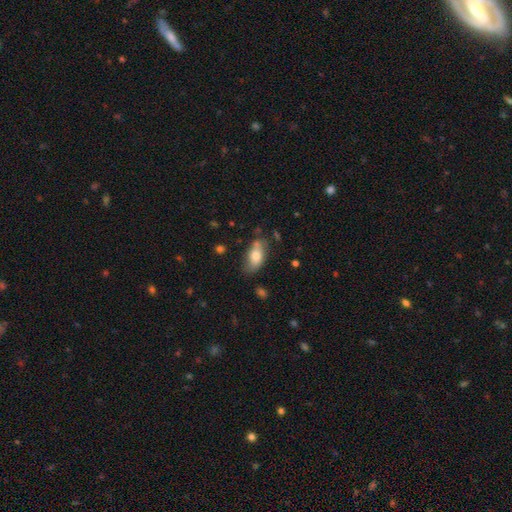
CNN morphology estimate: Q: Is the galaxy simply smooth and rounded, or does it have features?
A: smooth — 75%.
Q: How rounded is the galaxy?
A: in between — 89%.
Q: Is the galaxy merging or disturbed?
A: none — 62%.